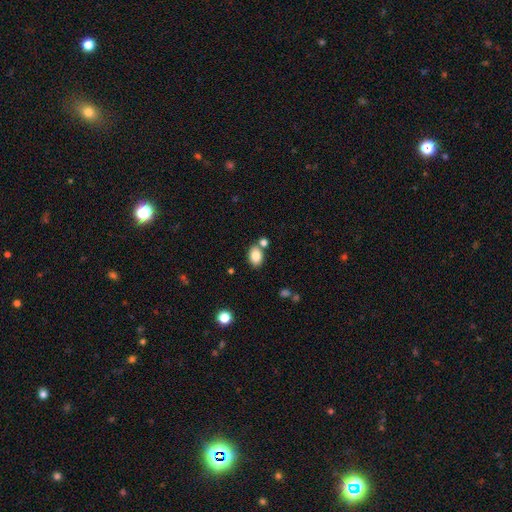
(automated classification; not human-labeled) Smooth or featured? Predicted: smooth (p=0.83). How rounded? Predicted: in between (p=0.81). Merging? Predicted: none (p=0.71).